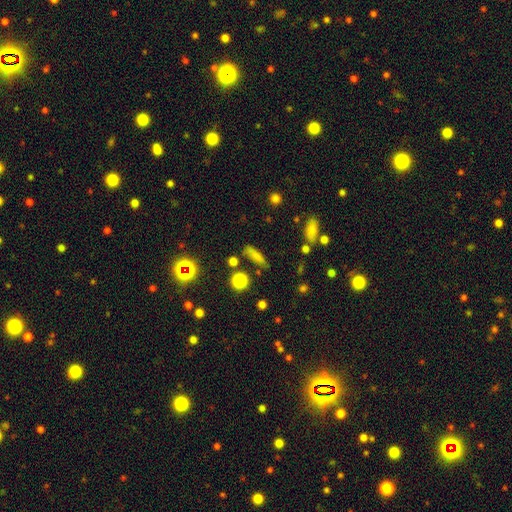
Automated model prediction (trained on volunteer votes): Smooth or featured: smooth — 71% (star or artifact — 17%)
How rounded: cigar-shaped — 61% (in between — 31%)
Merging: none — 72% (minor disturbance — 17%)